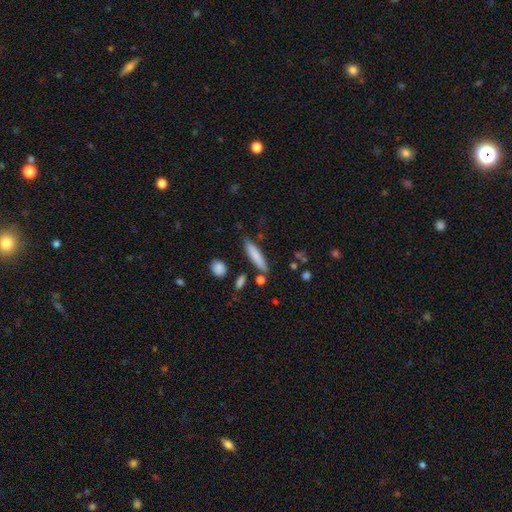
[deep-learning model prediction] A smooth galaxy with no disk features (79%) that is cigar-shaped (81%). Merging: none (79%).